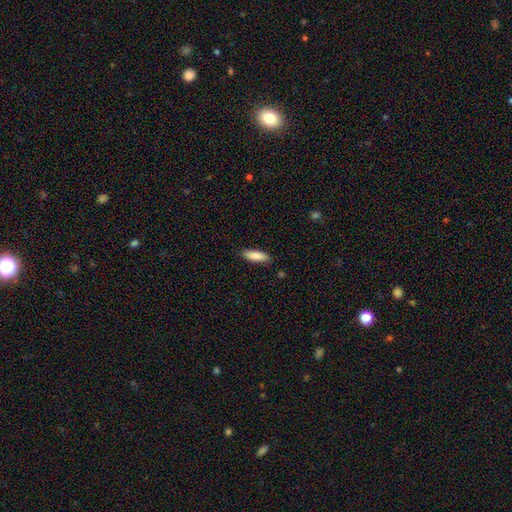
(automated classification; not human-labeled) Smooth or featured?
  - smooth: 87% *
  - featured or disk: 6%
  - star or artifact: 6%
How rounded?
  - in between: 52% *
  - cigar-shaped: 46%
  - round: 2%
Merging?
  - none: 86% *
  - minor disturbance: 10%
  - major disturbance: 2%
  - merger: 1%